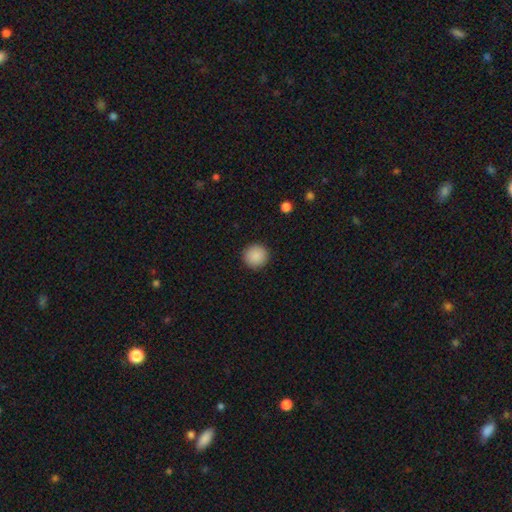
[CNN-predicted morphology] smooth 89%, star or artifact 8%, featured or disk 3%. Down the decision tree: how rounded — round (95%); merging — none (92%).